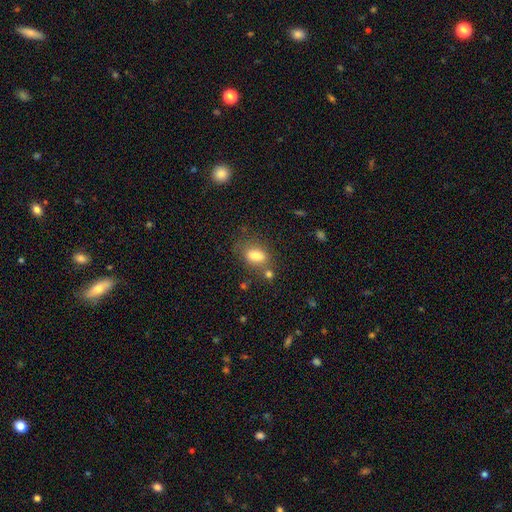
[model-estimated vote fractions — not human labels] smooth 80%, featured or disk 10%, star or artifact 10%. Down the decision tree: how rounded — in between (84%); merging — none (61%).